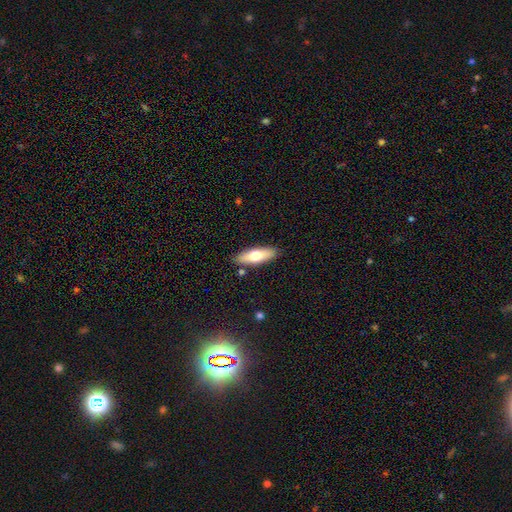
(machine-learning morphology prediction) Smooth or featured? Predicted: smooth (p=0.65). How rounded? Predicted: in between (p=0.57). Merging? Predicted: none (p=0.87).